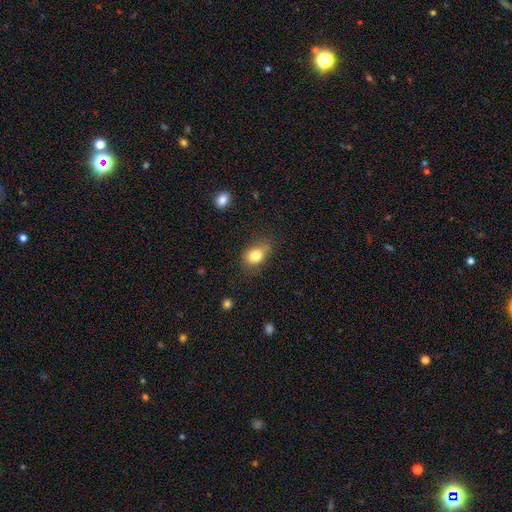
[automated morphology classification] This appears to be a smooth galaxy with no disk features (80%) that is in between round and cigar-shaped (63%). Merging: none (62%).